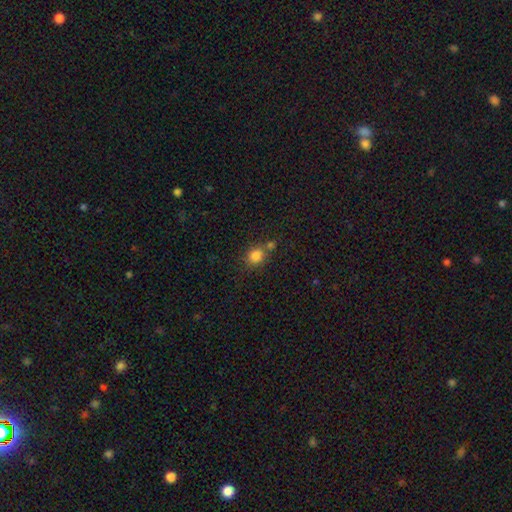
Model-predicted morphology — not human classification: This is clearly a smooth galaxy (83%). How rounded: likely round (68%). Merging: likely none (60%).